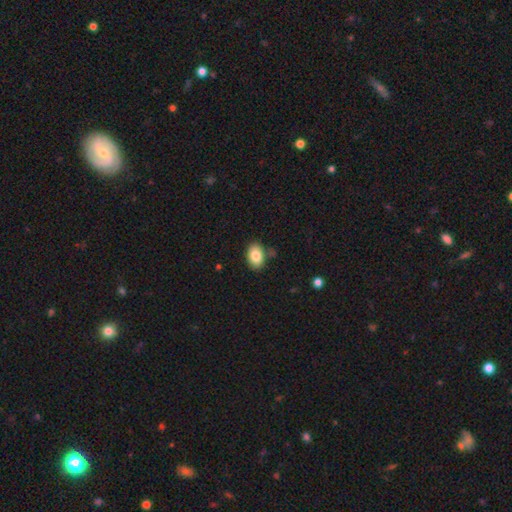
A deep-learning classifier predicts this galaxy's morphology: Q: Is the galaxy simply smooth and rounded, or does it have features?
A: smooth — 84%.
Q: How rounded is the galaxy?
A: in between — 87%.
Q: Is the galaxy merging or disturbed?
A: none — 81%.